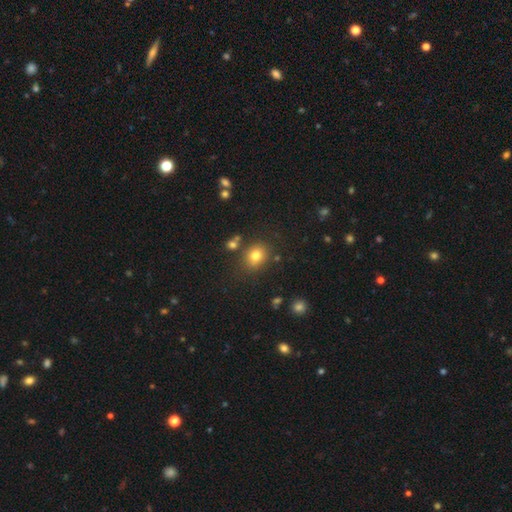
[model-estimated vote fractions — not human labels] Smooth or featured? Predicted: smooth (p=0.78). How rounded? Predicted: round (p=0.60). Merging? Predicted: none (p=0.76).